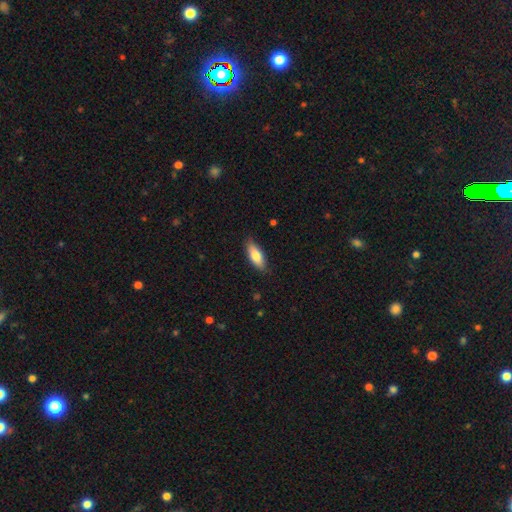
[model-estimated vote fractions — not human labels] smooth-or-featured: smooth: 79% | featured or disk: 15% | star or artifact: 6%
  how-rounded: in between: 70% | cigar-shaped: 28% | round: 2%
  merging: none: 84% | minor disturbance: 13% | major disturbance: 2% | merger: 1%